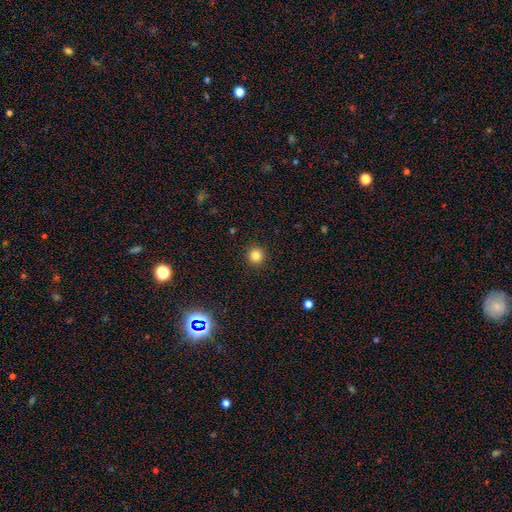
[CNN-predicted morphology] A smooth galaxy with no disk features (83%) that is round (95%). Merging: none (92%).